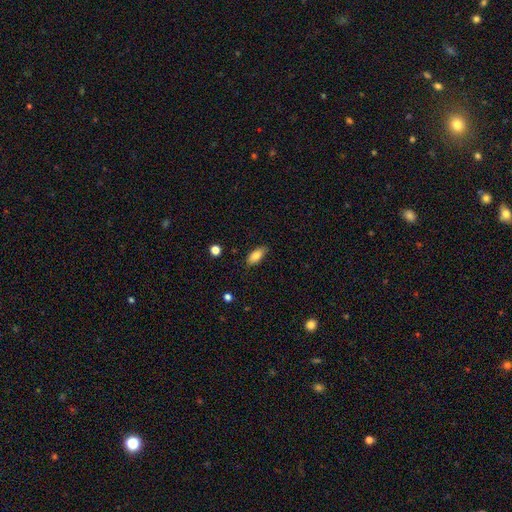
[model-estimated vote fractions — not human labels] The model was most divided on "merging": none: 83%, minor disturbance: 13%, major disturbance: 2%, merger: 1%. More confident: how rounded — in between (85%); smooth or featured — smooth (83%).